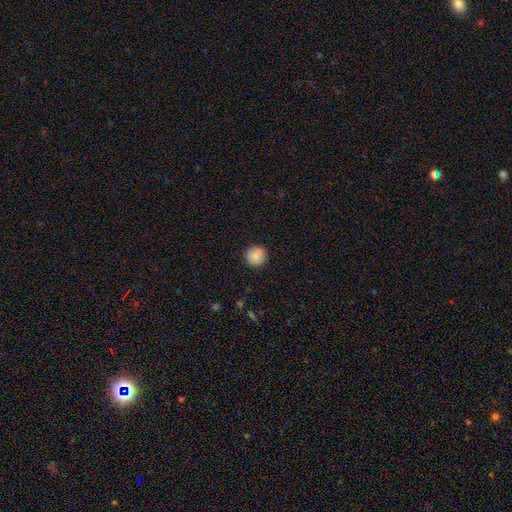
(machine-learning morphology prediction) Smooth or featured? smooth (87%)
How rounded? round (95%)
Merging? none (90%)